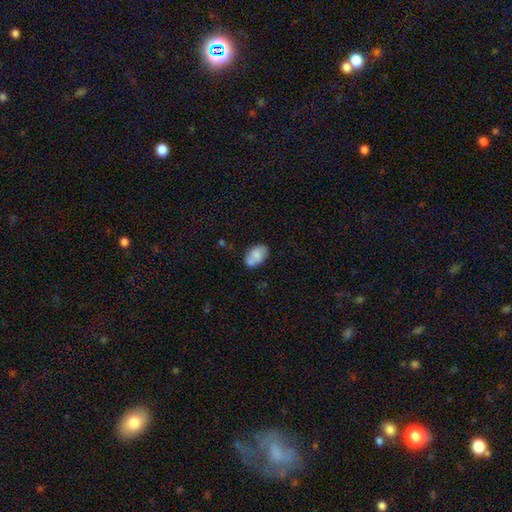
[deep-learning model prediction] Smooth or featured: smooth — 72% (featured or disk — 21%)
How rounded: in between — 88% (round — 10%)
Merging: none — 58% (minor disturbance — 21%)